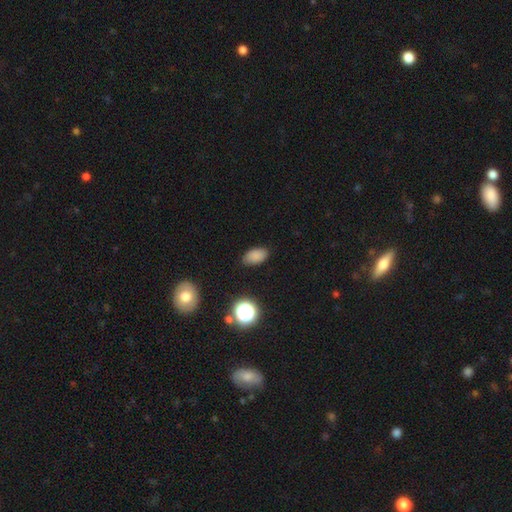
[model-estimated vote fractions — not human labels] Overall: smooth (83%). How rounded: in between (91%). Merging: none (84%).